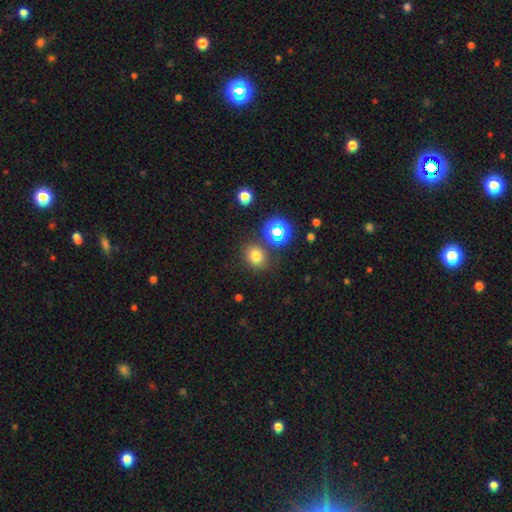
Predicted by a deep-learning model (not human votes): Q: Smooth or featured?
A: smooth (72%); runner-up: star or artifact (21%)
Q: How rounded?
A: round (64%); runner-up: in between (35%)
Q: Merging?
A: none (80%); runner-up: minor disturbance (10%)